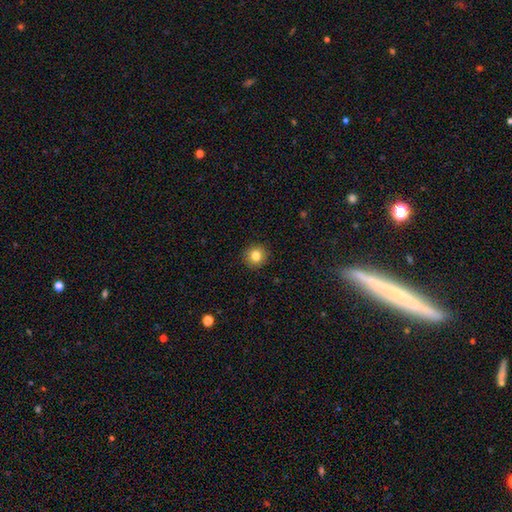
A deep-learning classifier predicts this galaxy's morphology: smooth_or_featured: smooth (p=0.83) [alt: star or artifact p=0.10]
how_rounded: round (p=0.91) [alt: in between p=0.08]
merging: none (p=0.91) [alt: minor disturbance p=0.06]